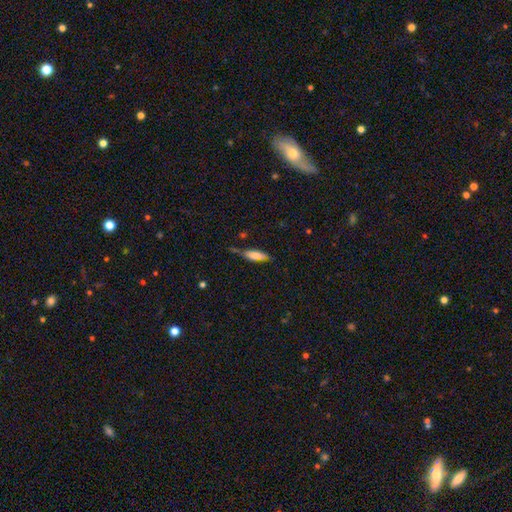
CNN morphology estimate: Q: Smooth or featured?
A: smooth (68%); runner-up: featured or disk (25%)
Q: How rounded?
A: cigar-shaped (54%); runner-up: in between (43%)
Q: Merging?
A: none (61%); runner-up: minor disturbance (26%)